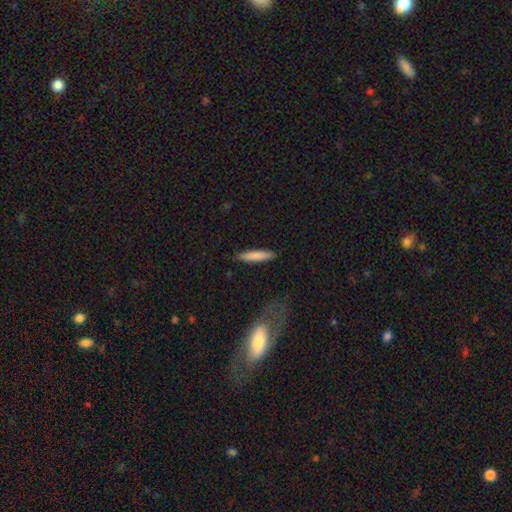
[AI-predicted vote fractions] A smooth galaxy with no disk features (81%) that is cigar-shaped (88%). Merging: none (88%).